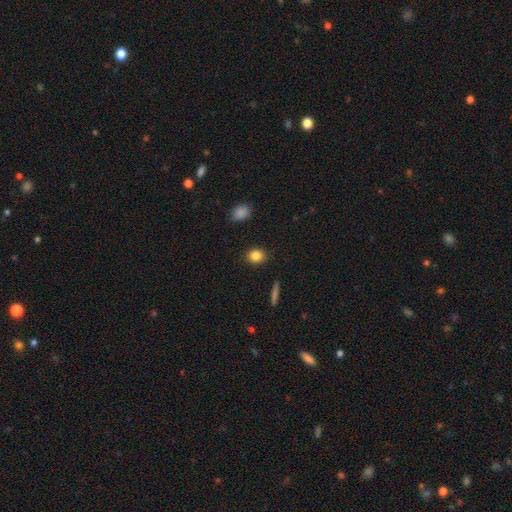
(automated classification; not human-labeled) Smooth or featured? Predicted: smooth (p=0.84). How rounded? Predicted: round (p=0.63). Merging? Predicted: none (p=0.90).